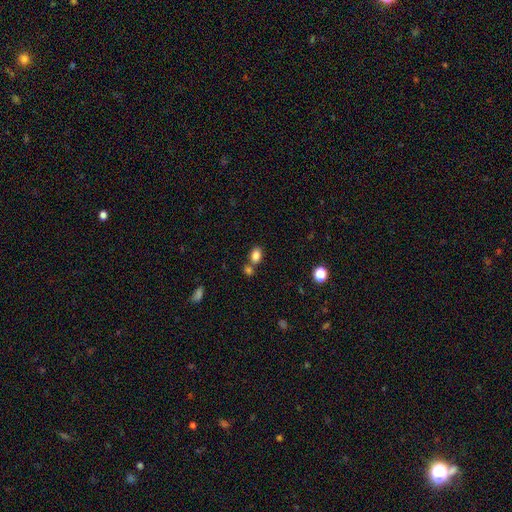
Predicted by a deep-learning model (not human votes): Morphology: type=smooth (84%); roundness=in between (81%); merging=none (58%).